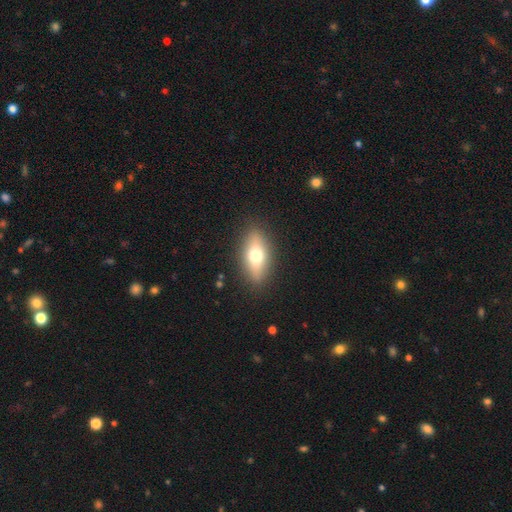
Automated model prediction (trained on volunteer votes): Smooth or featured?
  - smooth: 61% *
  - featured or disk: 31%
  - star or artifact: 8%
How rounded?
  - in between: 73% *
  - cigar-shaped: 20%
  - round: 7%
Merging?
  - none: 87% *
  - minor disturbance: 9%
  - major disturbance: 3%
  - merger: 1%